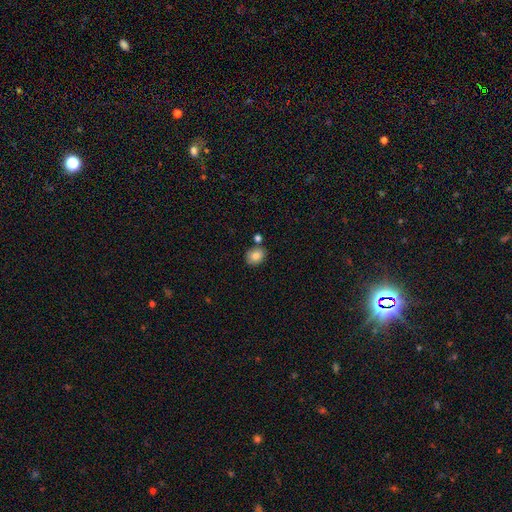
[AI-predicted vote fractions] A smooth galaxy with no disk features (82%) that is round (55%). Merging: none (77%).